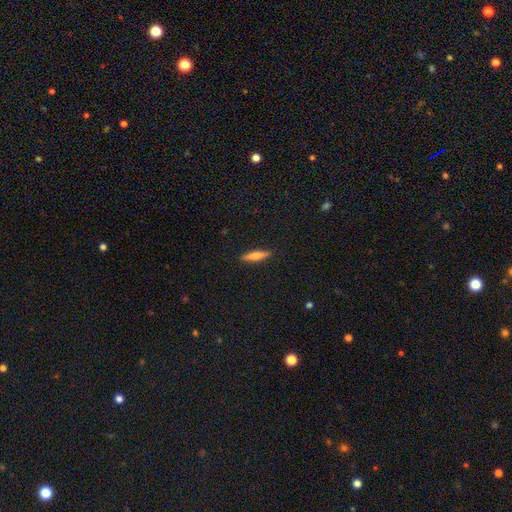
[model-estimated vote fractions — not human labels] smooth_or_featured: smooth (p=0.59) [alt: featured or disk p=0.34]
how_rounded: cigar-shaped (p=0.82) [alt: in between p=0.16]
merging: none (p=0.90) [alt: minor disturbance p=0.07]